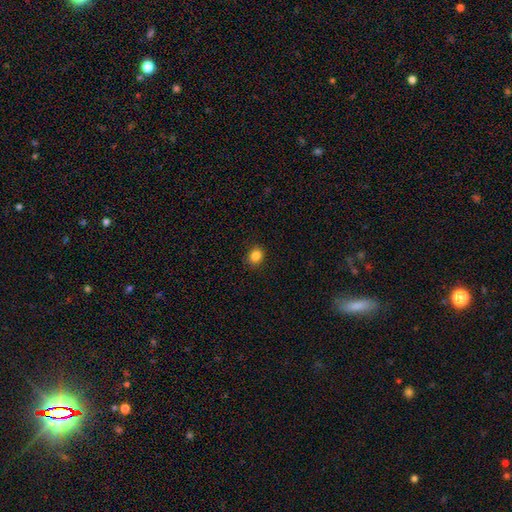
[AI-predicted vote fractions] smooth 84%, star or artifact 12%, featured or disk 4%. Down the decision tree: how rounded — round (74%); merging — none (90%).